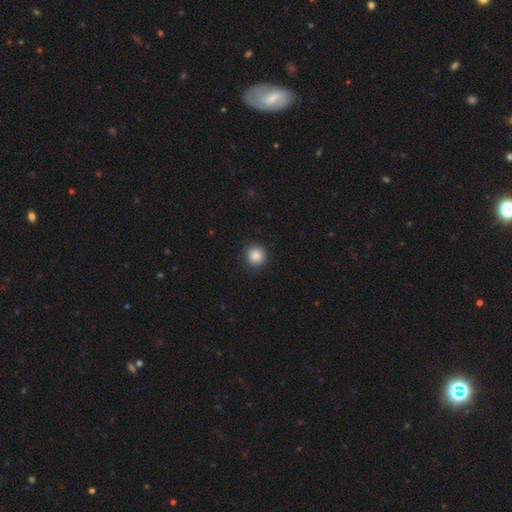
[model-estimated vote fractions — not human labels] smooth 86%, star or artifact 10%, featured or disk 4%. Down the decision tree: how rounded — round (93%); merging — none (90%).